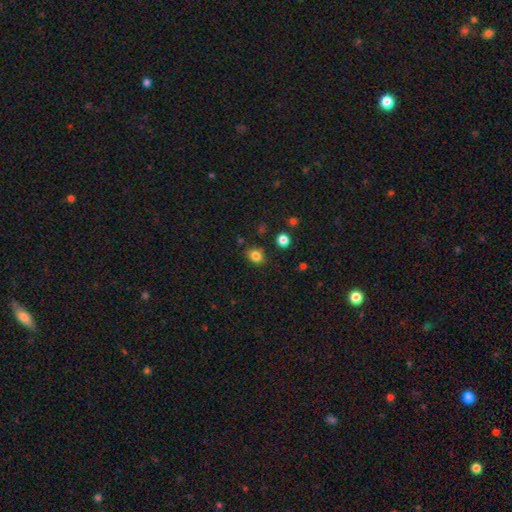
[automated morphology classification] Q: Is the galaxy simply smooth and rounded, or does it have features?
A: smooth — 83%.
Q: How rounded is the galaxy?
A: in between — 51%.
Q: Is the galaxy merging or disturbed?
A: none — 83%.